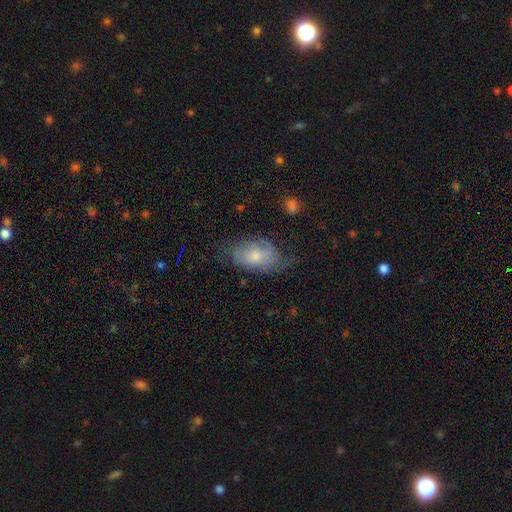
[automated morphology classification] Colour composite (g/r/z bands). It shows a smooth galaxy with no disk features (54%) that is in between round and cigar-shaped (91%). Merging: none (44%).